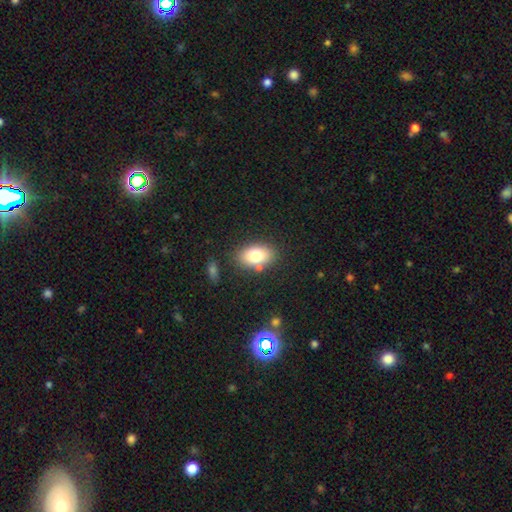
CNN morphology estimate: smooth-or-featured: smooth: 77% | featured or disk: 14% | star or artifact: 9%
  how-rounded: in between: 85% | round: 13% | cigar-shaped: 1%
  merging: none: 79% | minor disturbance: 12% | merger: 6% | major disturbance: 3%